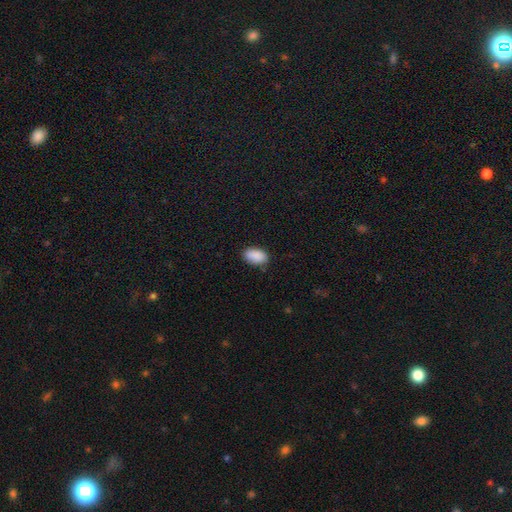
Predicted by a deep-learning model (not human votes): Overall: smooth (90%). How rounded: in between (92%). Merging: none (83%).